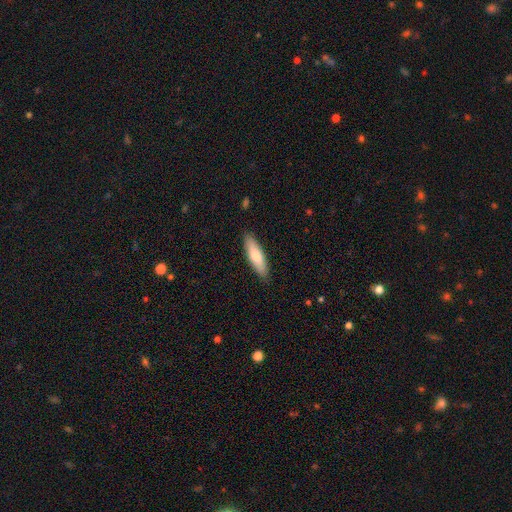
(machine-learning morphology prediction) This is likely a smooth galaxy (70%). How rounded: likely cigar-shaped (60%). Merging: clearly none (88%).